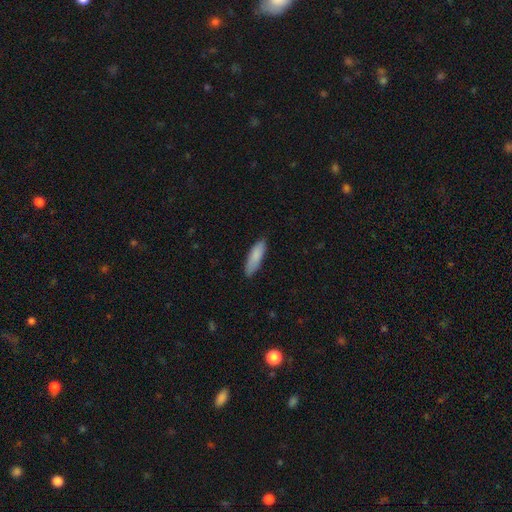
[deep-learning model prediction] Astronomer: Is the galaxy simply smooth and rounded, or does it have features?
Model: smooth — 86%.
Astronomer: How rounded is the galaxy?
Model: cigar-shaped — 52% (runner-up: in between, 47%).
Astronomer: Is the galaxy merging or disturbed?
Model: none — 81%.